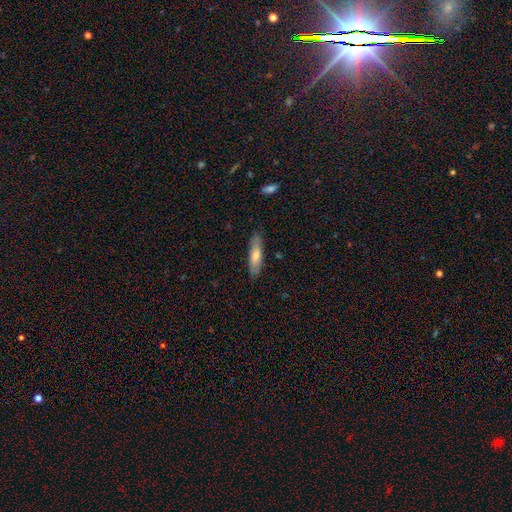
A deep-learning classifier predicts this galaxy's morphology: A smooth galaxy with no disk features (69%) that is cigar-shaped (65%). Merging: none (83%).